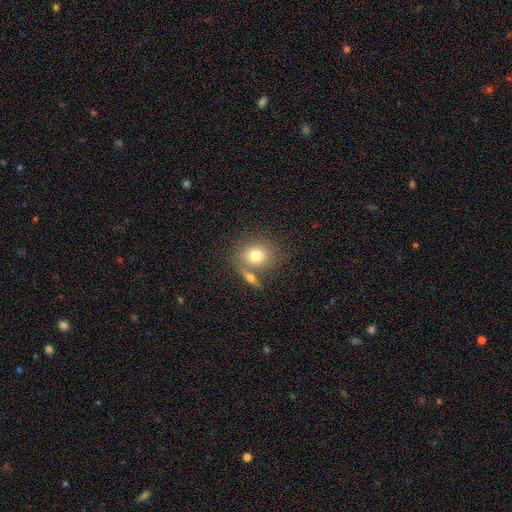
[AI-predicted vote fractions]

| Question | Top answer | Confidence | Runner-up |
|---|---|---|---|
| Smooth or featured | smooth | 74% | featured or disk (17%) |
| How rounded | round | 72% | in between (27%) |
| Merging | none | 54% | merger (30%) |